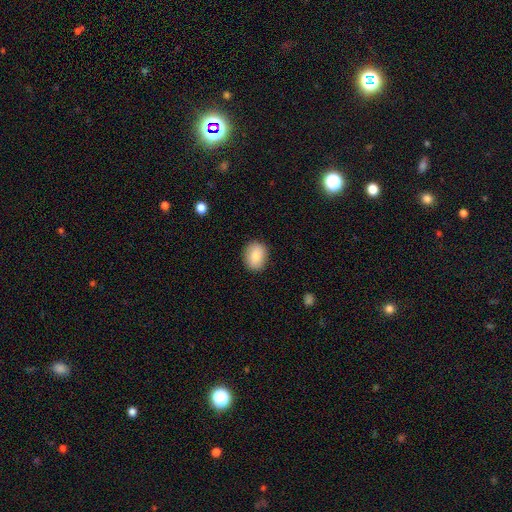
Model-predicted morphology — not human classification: Smooth or featured: smooth — 83% (featured or disk — 10%)
How rounded: in between — 52% (round — 47%)
Merging: none — 88% (minor disturbance — 9%)